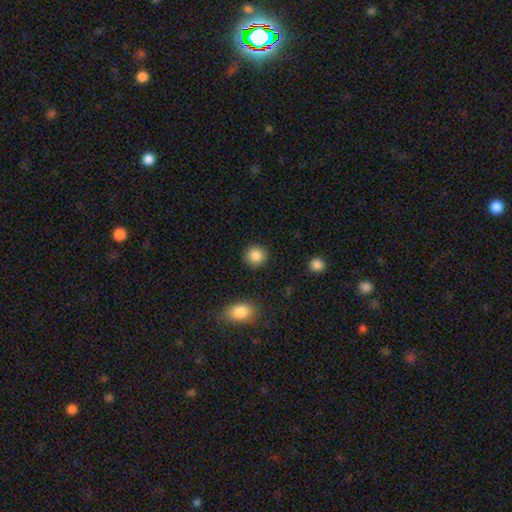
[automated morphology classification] Smooth or featured? smooth (88%)
How rounded? round (91%)
Merging? none (90%)